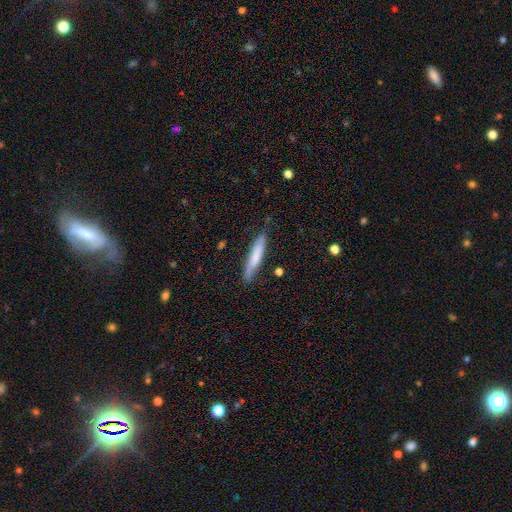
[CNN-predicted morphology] type=smooth (68%); roundness=cigar-shaped (89%); merging=none (75%).